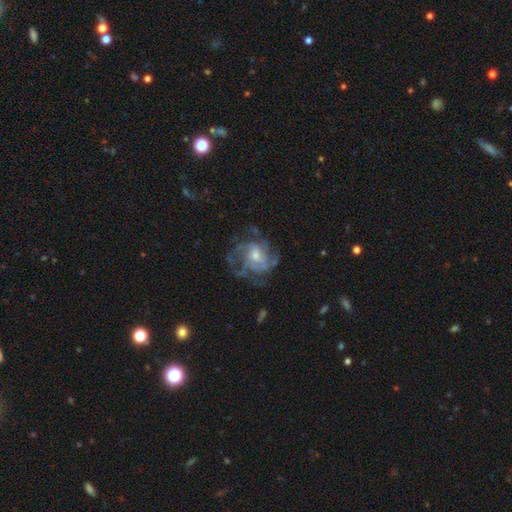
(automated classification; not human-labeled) featured or disk 82%, smooth 10%, star or artifact 9%. Down the decision tree: edge-on disk — no (97%); bar — no (62%); spiral arms — yes (91%); spiral arm count — can't tell (30%); spiral winding — medium (44%); bulge size — moderate (51%); merging — none (64%).